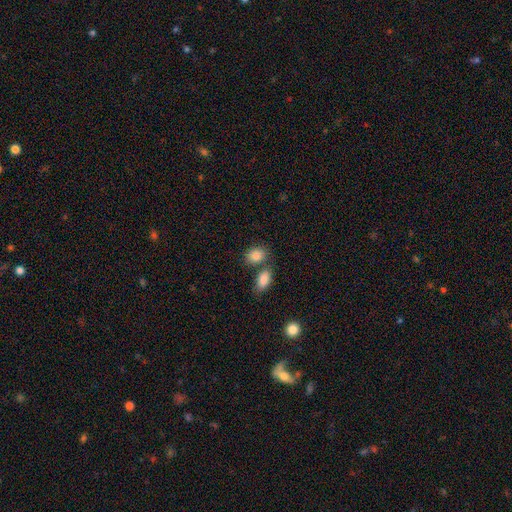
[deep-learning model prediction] The model was most divided on "merging": none: 56%, merger: 30%, minor disturbance: 11%, major disturbance: 3%. More confident: smooth or featured — smooth (86%); how rounded — in between (74%).